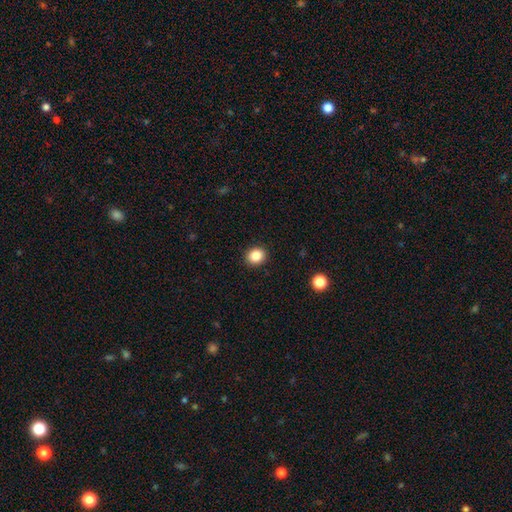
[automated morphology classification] Smooth or featured: smooth — 86% (star or artifact — 10%)
How rounded: round — 72% (in between — 28%)
Merging: none — 91% (minor disturbance — 6%)